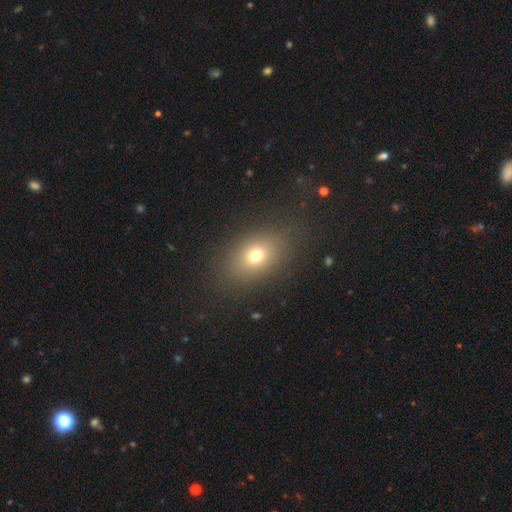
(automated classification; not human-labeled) This is likely a smooth galaxy (72%). How rounded: likely in between (68%). Merging: clearly none (82%).